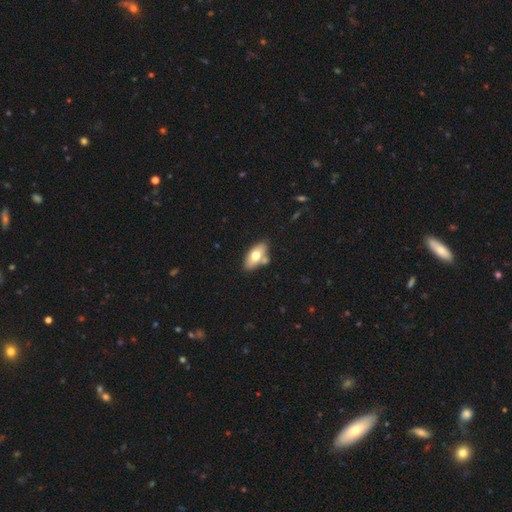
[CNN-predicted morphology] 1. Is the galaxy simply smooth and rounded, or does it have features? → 68% smooth, 25% featured or disk, 7% star or artifact.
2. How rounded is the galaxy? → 89% in between, 7% cigar-shaped, 4% round.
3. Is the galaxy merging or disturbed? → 69% none, 15% merger, 13% minor disturbance, 3% major disturbance.